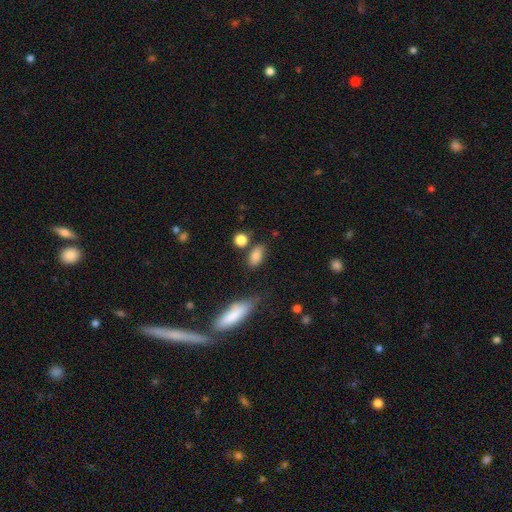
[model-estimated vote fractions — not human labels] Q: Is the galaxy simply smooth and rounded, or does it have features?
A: smooth — 83%.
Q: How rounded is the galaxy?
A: in between — 84%.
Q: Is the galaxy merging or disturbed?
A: none — 73%.